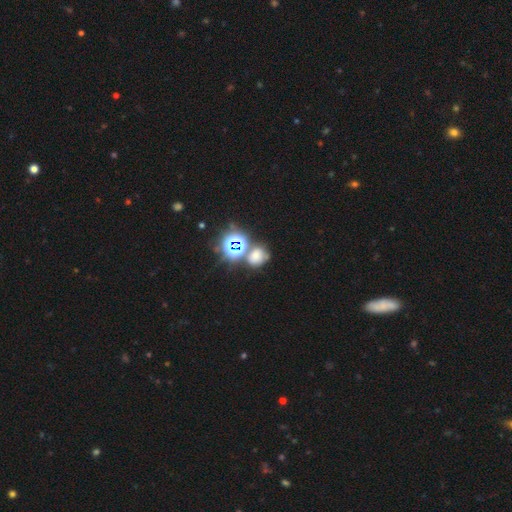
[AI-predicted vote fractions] The model was most divided on "smooth or featured" (2-way tie): star or artifact: 43%, smooth: 43%, featured or disk: 14%.